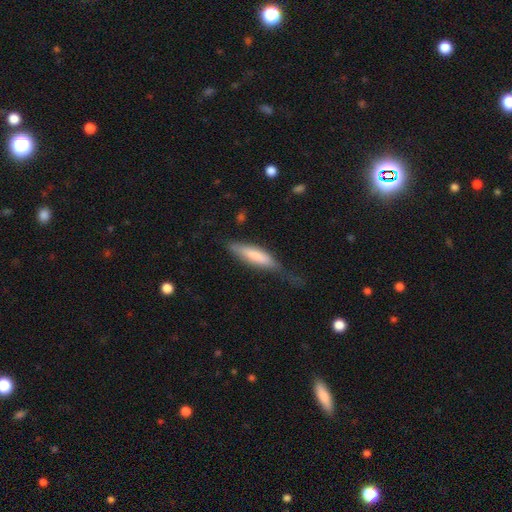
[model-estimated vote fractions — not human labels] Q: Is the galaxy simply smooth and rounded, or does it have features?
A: smooth — 70%.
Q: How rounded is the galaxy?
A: cigar-shaped — 69%.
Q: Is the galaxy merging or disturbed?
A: none — 45%.